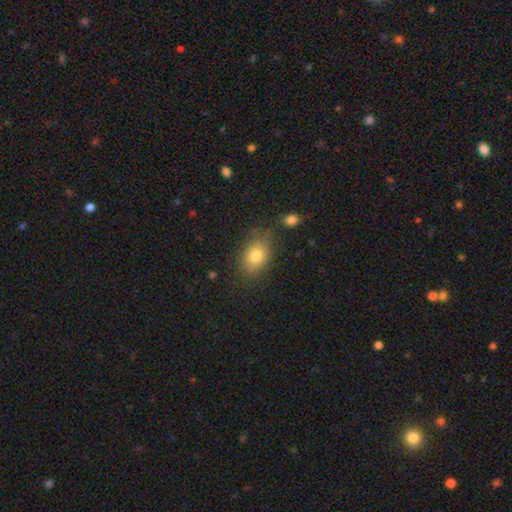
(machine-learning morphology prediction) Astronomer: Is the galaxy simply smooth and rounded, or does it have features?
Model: smooth — 80%.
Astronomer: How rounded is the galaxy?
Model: in between — 77%.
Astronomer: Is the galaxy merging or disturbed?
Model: none — 77%.